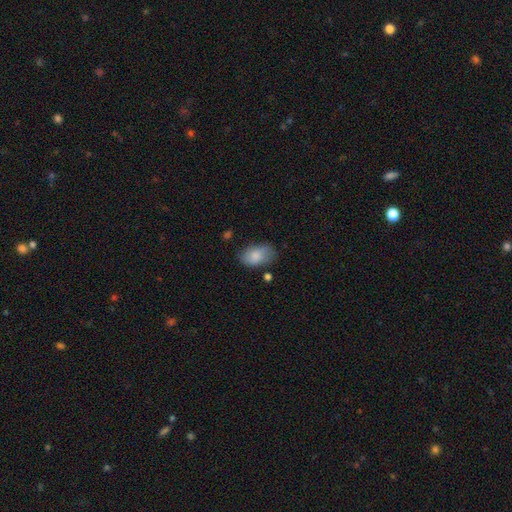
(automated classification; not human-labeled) smooth-or-featured: smooth: 81% | featured or disk: 12% | star or artifact: 7%
  how-rounded: in between: 90% | round: 9% | cigar-shaped: 1%
  merging: none: 63% | minor disturbance: 27% | major disturbance: 7% | merger: 3%